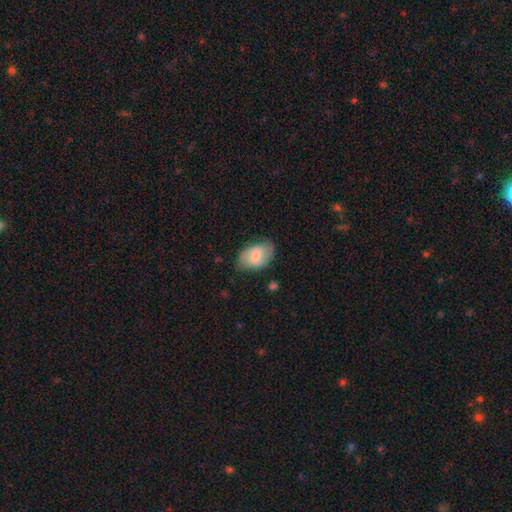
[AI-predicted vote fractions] This is likely a smooth galaxy (63%). How rounded: clearly in between (89%). Merging: likely none (70%).